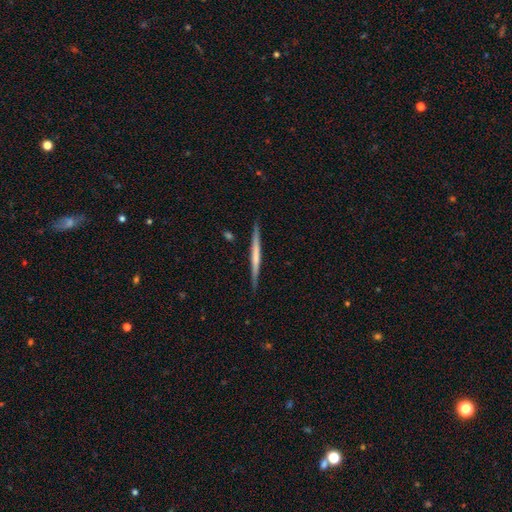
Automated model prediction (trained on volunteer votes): Q: Smooth or featured?
A: featured or disk (54%); runner-up: smooth (41%)
Q: Edge-on disk?
A: yes (97%); runner-up: no (3%)
Q: Edge-on bulge?
A: none (75%); runner-up: rounded (15%)
Q: Merging?
A: none (90%); runner-up: minor disturbance (7%)